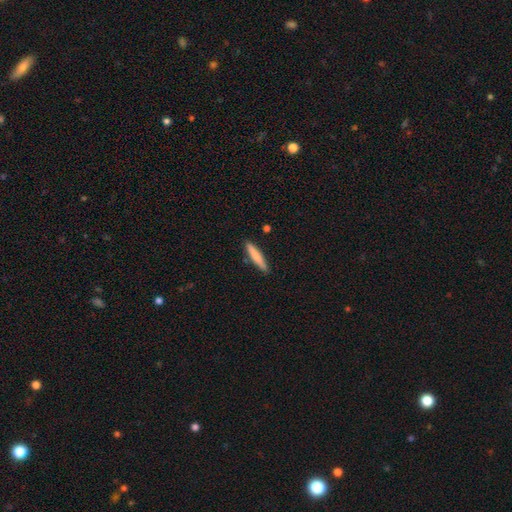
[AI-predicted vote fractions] Overall: smooth (79%). How rounded: cigar-shaped (91%). Merging: none (87%).